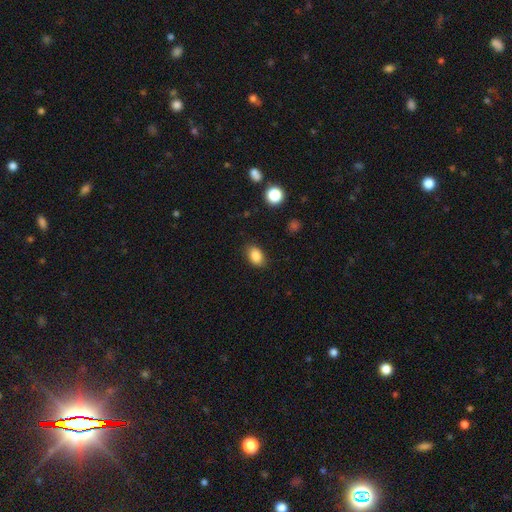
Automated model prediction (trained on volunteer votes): smooth_or_featured: smooth (p=0.87) [alt: star or artifact p=0.09]
how_rounded: in between (p=0.82) [alt: round p=0.17]
merging: none (p=0.84) [alt: minor disturbance p=0.12]